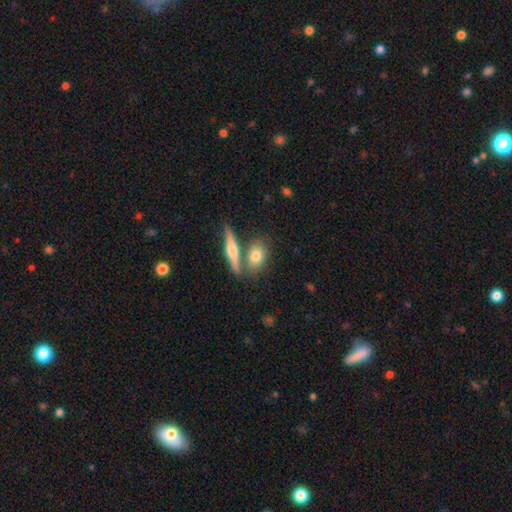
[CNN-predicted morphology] A smooth galaxy with no disk features (73%) that is in between round and cigar-shaped (65%).

Vote fractions:
- Smooth or featured? smooth: 73% / featured or disk: 21% / star or artifact: 7%
- How rounded? in between: 65% / round: 22% / cigar-shaped: 13%
- Merging? none: 59% / merger: 25% / minor disturbance: 12% / major disturbance: 4%